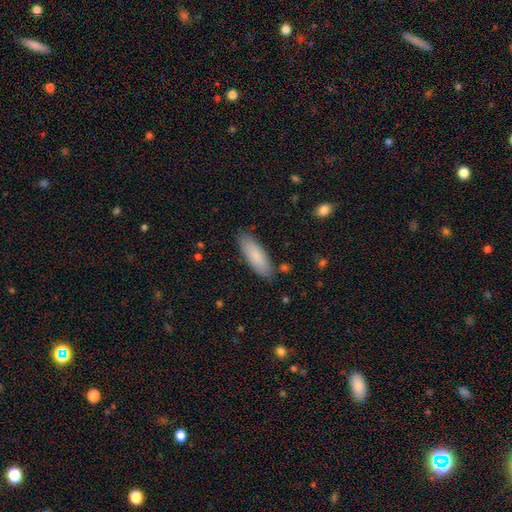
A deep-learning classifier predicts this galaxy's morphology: This is clearly a smooth galaxy (85%). How rounded: possibly in between (59%). Merging: clearly none (85%).